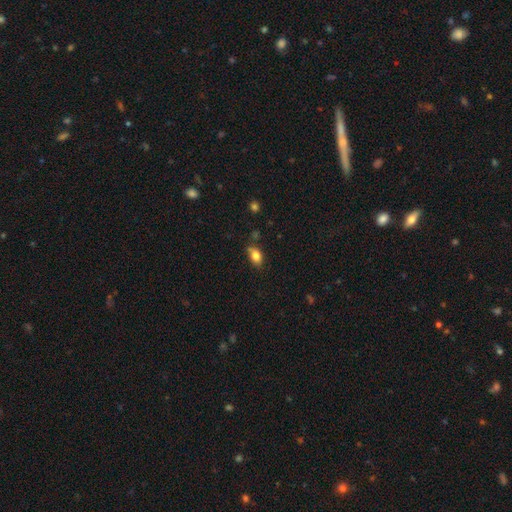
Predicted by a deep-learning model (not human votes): smooth_or_featured: smooth (p=0.82) [alt: star or artifact p=0.09]
how_rounded: in between (p=0.83) [alt: round p=0.14]
merging: none (p=0.65) [alt: minor disturbance p=0.25]